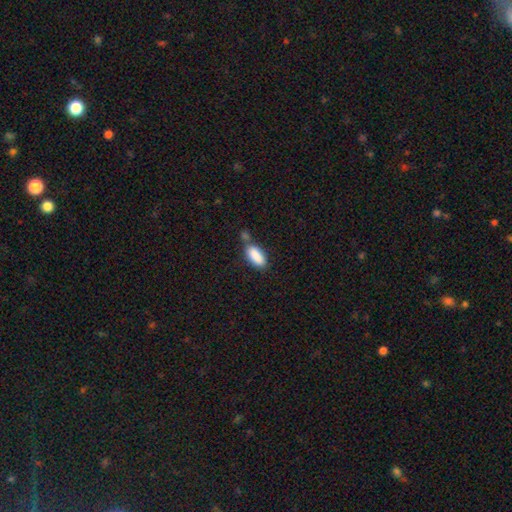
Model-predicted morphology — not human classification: Smooth or featured: smooth — 87% (star or artifact — 7%)
How rounded: in between — 83% (cigar-shaped — 15%)
Merging: none — 49% (merger — 27%)